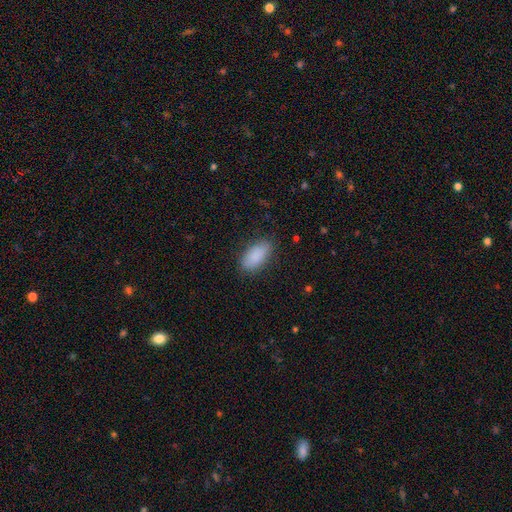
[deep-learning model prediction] A smooth galaxy with no disk features (88%) that is in between round and cigar-shaped (89%).

Vote fractions:
- Smooth or featured? smooth: 88% / star or artifact: 6% / featured or disk: 5%
- How rounded? in between: 89% / cigar-shaped: 8% / round: 2%
- Merging? none: 83% / minor disturbance: 13% / major disturbance: 3% / merger: 1%